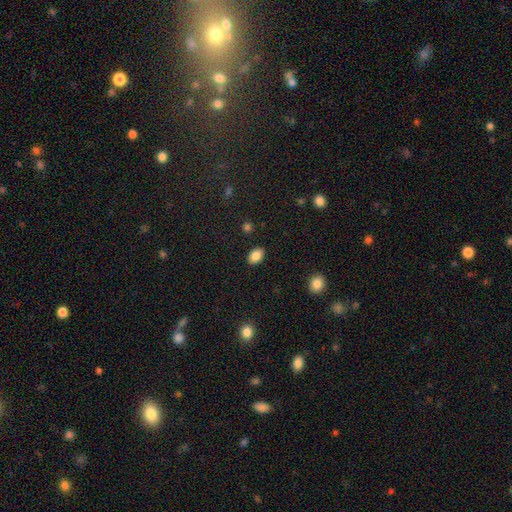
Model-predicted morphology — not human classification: Smooth or featured: smooth — 86% (star or artifact — 9%)
How rounded: in between — 84% (round — 15%)
Merging: none — 88% (minor disturbance — 8%)